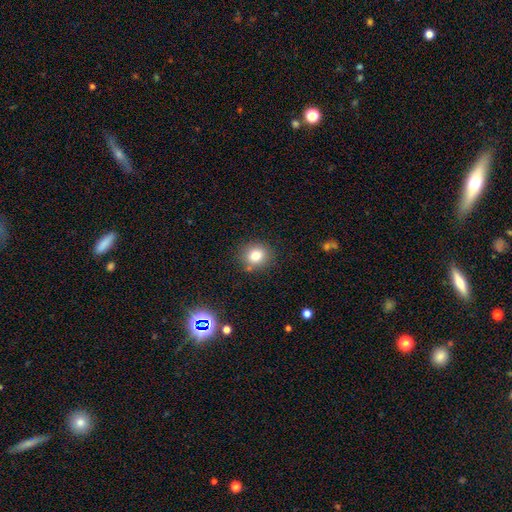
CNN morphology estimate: Smooth or featured? Predicted: smooth (p=0.79). How rounded? Predicted: round (p=0.84). Merging? Predicted: none (p=0.83).